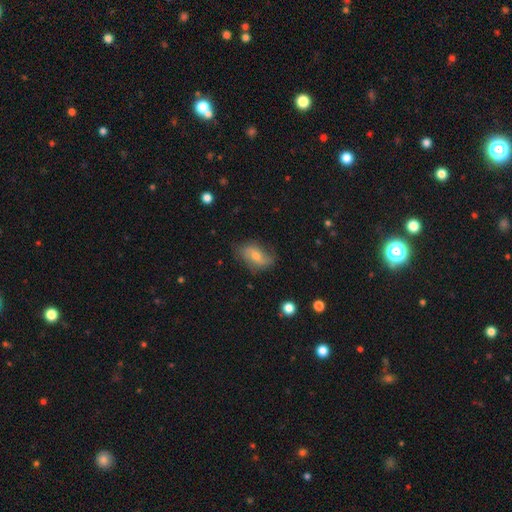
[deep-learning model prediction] This appears to be a featured or disk galaxy (53%). Merging: none (67%).